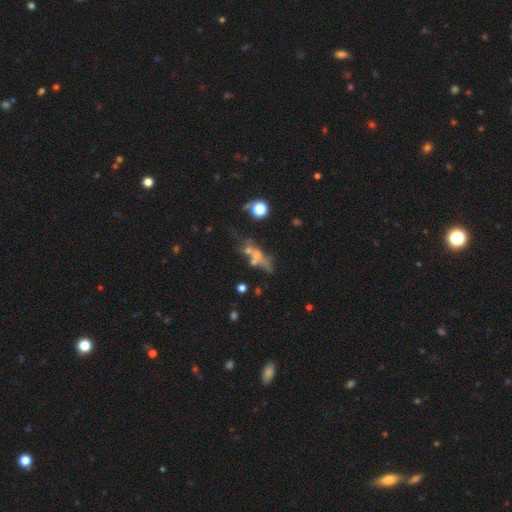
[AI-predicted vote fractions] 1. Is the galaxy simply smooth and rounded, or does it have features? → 42% featured or disk, 38% smooth, 20% star or artifact.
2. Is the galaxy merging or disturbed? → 34% none, 31% merger, 19% major disturbance, 15% minor disturbance.